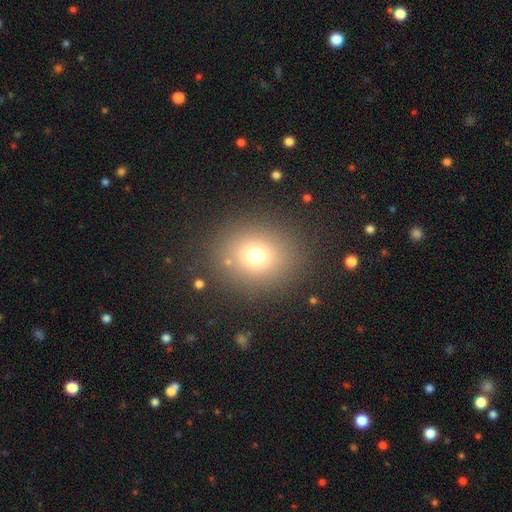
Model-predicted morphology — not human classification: Smooth or featured?
  - smooth: 71% *
  - star or artifact: 18%
  - featured or disk: 11%
How rounded?
  - round: 72% *
  - in between: 27%
  - cigar-shaped: 1%
Merging?
  - none: 85% *
  - minor disturbance: 8%
  - major disturbance: 4%
  - merger: 3%